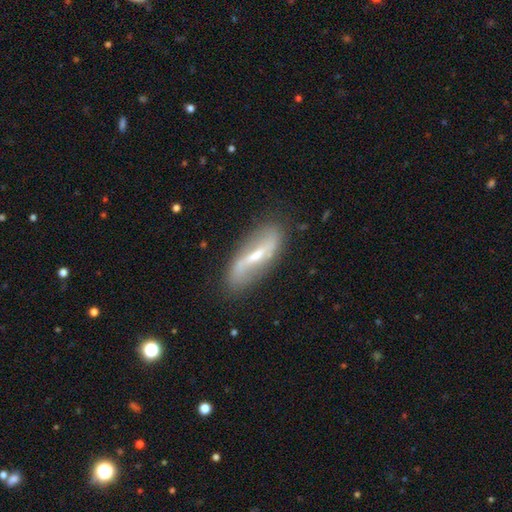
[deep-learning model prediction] The model was most divided on "bulge size": small: 44%, moderate: 42%, none: 7%, large: 5%, dominant: 2%. More confident: edge-on disk — no (80%); merging — none (77%); spiral arms — yes (71%); smooth or featured — featured or disk (69%); bar — strong (51%).